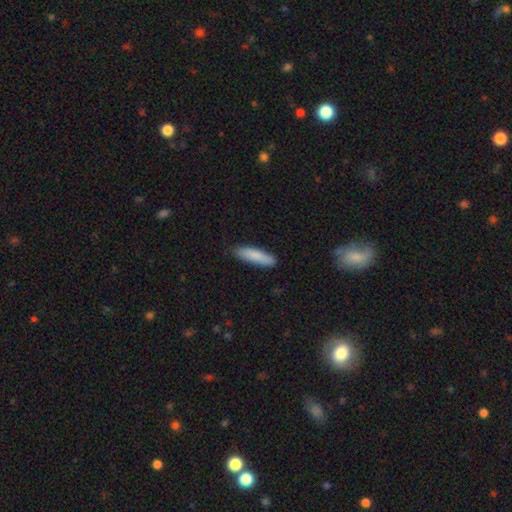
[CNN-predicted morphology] A smooth galaxy with no disk features (84%) that is cigar-shaped (73%).

Vote fractions:
- Smooth or featured? smooth: 84% / featured or disk: 10% / star or artifact: 6%
- How rounded? cigar-shaped: 73% / in between: 26% / round: 1%
- Merging? none: 86% / minor disturbance: 11% / major disturbance: 2% / merger: 1%